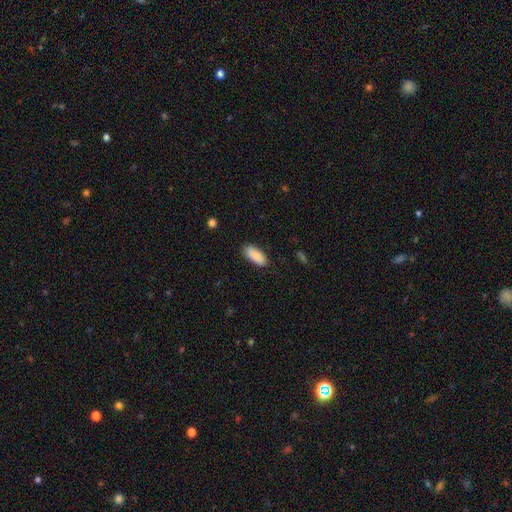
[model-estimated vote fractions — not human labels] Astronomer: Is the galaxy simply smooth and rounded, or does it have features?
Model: smooth — 83%.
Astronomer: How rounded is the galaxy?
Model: in between — 86%.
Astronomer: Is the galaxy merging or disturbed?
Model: none — 82%.